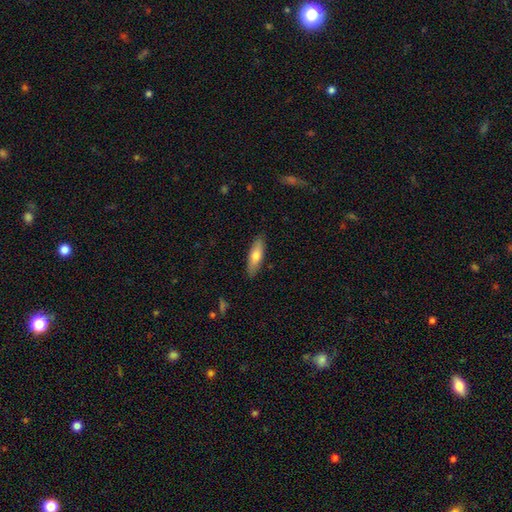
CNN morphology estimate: Smooth or featured? Predicted: smooth (p=0.71). How rounded? Predicted: cigar-shaped (p=0.52). Merging? Predicted: none (p=0.88).